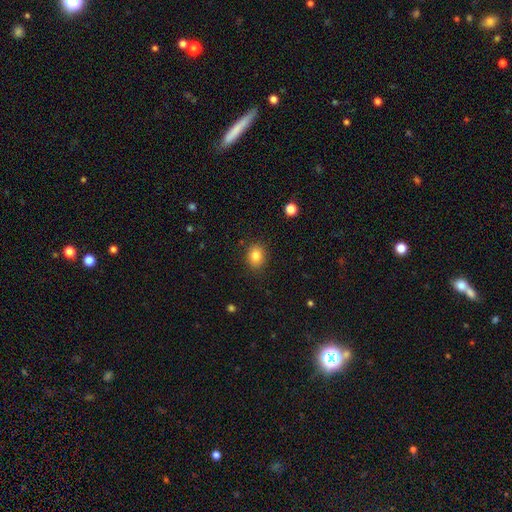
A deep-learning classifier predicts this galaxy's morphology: Overall: smooth (83%). How rounded: round (51%; in between 48%). Merging: none (87%).